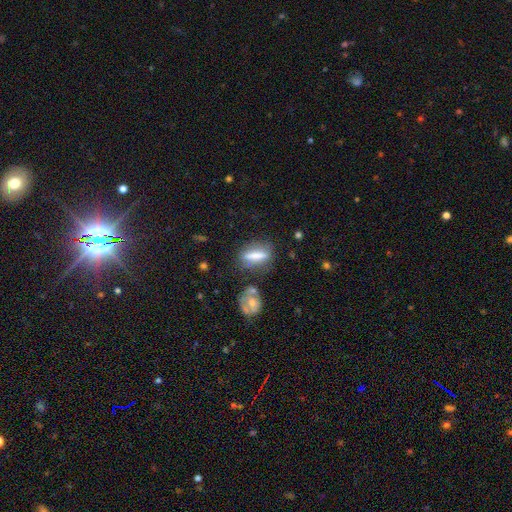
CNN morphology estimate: Smooth or featured? Predicted: smooth (p=0.61). How rounded? Predicted: cigar-shaped (p=0.61). Merging? Predicted: none (p=0.69).